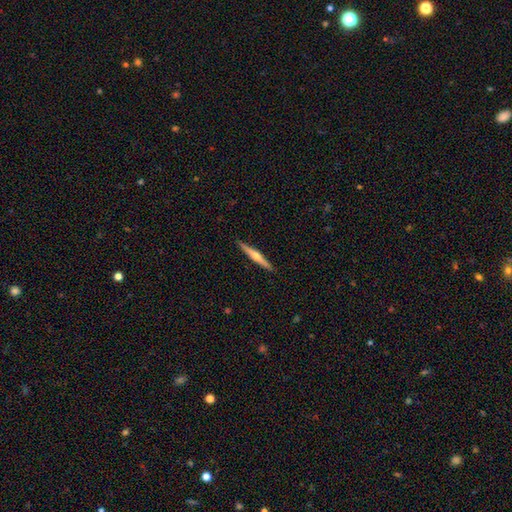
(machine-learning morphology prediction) Smooth or featured? Predicted: featured or disk (p=0.65). Edge-on disk? Predicted: yes (p=0.98). Edge-on bulge? Predicted: rounded (p=0.87). Merging? Predicted: none (p=0.91).